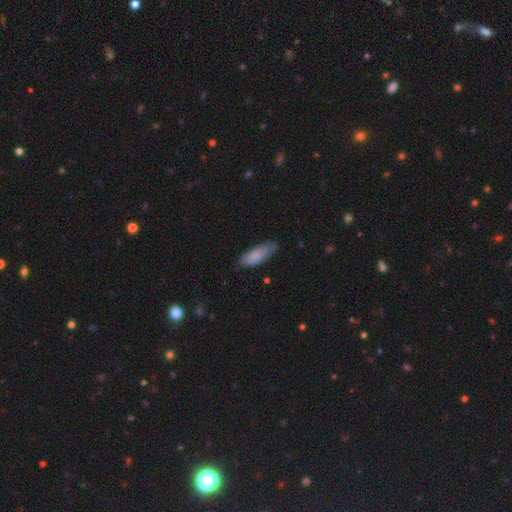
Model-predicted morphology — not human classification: type=smooth (82%); roundness=in between (64%); merging=none (73%).